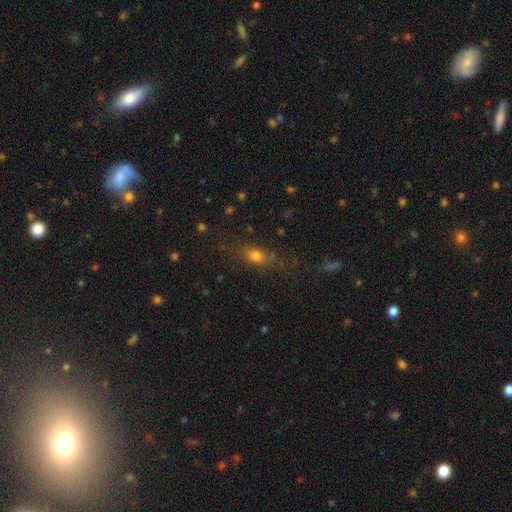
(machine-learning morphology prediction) A smooth galaxy with no disk features (72%) that is in between round and cigar-shaped (61%).

Vote fractions:
- Smooth or featured? smooth: 72% / star or artifact: 15% / featured or disk: 13%
- How rounded? in between: 61% / round: 25% / cigar-shaped: 14%
- Merging? none: 68% / minor disturbance: 18% / major disturbance: 9% / merger: 5%